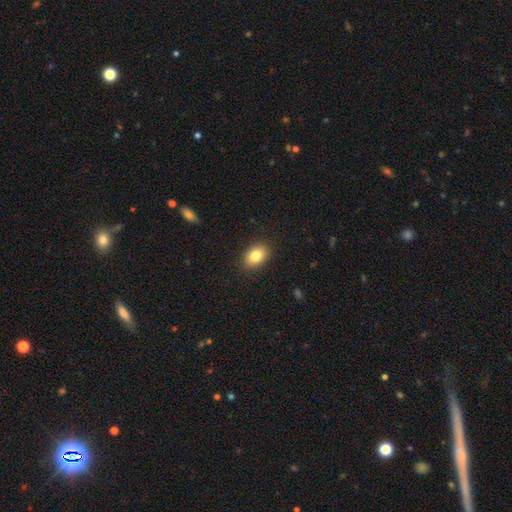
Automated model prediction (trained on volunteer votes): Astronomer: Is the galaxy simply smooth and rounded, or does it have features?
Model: smooth — 83%.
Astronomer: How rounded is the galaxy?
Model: in between — 82%.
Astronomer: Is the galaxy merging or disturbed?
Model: none — 89%.